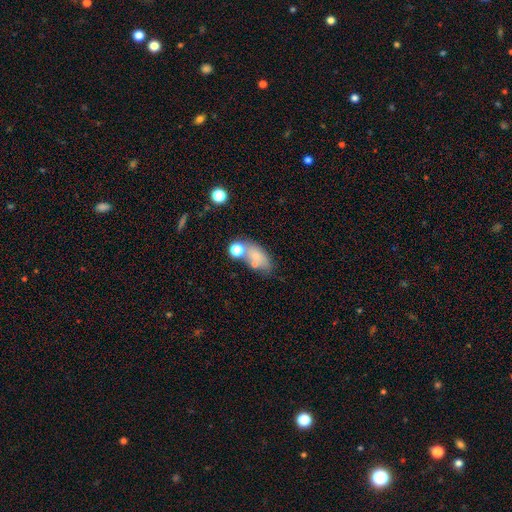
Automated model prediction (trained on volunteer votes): A smooth galaxy with no disk features (69%) that is in between round and cigar-shaped (83%). Merging: none (51%).